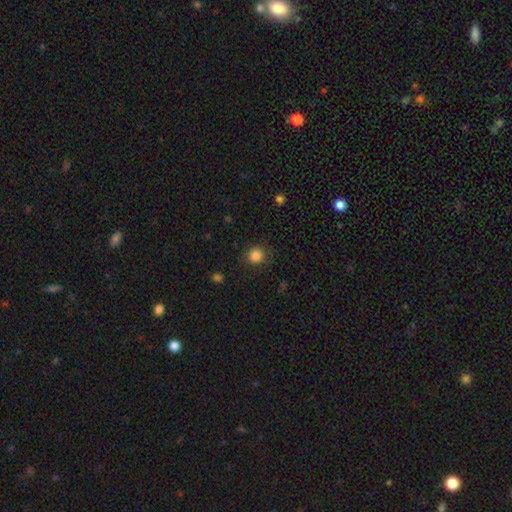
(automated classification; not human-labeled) smooth-or-featured: smooth: 84% | star or artifact: 11% | featured or disk: 4%
  how-rounded: round: 87% | in between: 12% | cigar-shaped: 1%
  merging: none: 84% | minor disturbance: 11% | major disturbance: 4% | merger: 1%